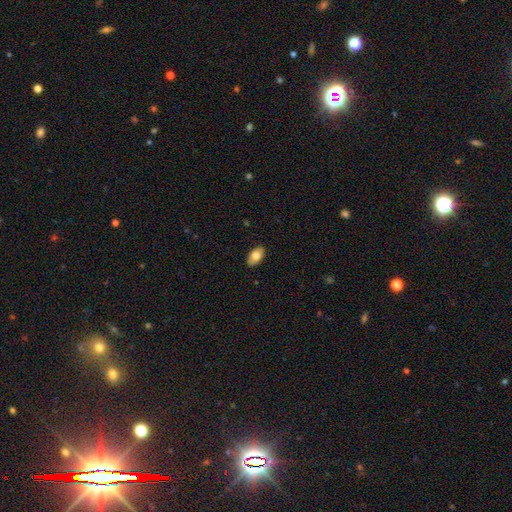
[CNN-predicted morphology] This appears to be a smooth galaxy with no disk features (77%) that is in between round and cigar-shaped (93%). Merging: none (88%).